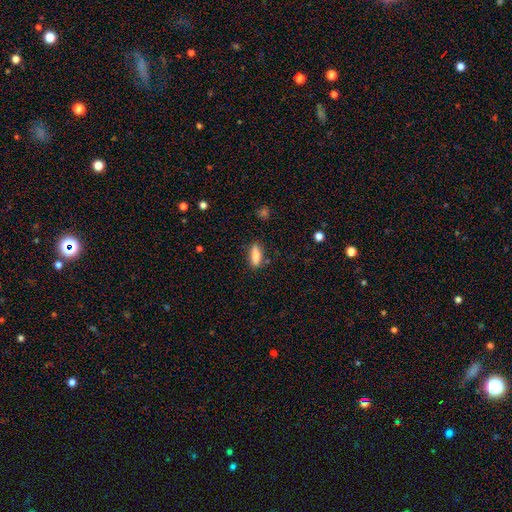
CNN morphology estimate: smooth-or-featured: smooth: 84% | featured or disk: 8% | star or artifact: 7%
  how-rounded: in between: 55% | cigar-shaped: 42% | round: 3%
  merging: none: 83% | minor disturbance: 12% | major disturbance: 3% | merger: 2%